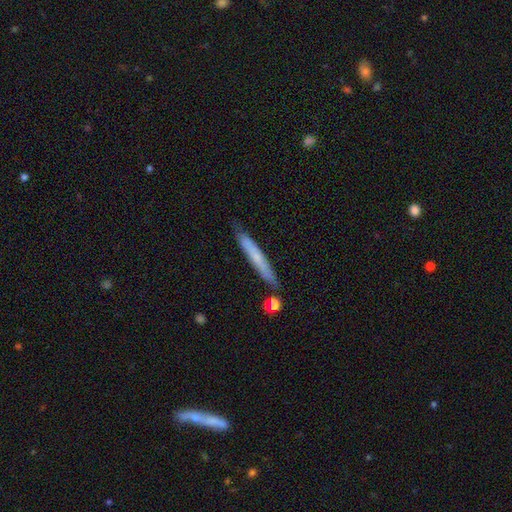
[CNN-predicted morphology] This appears to be a smooth galaxy with no disk features (57%) that is cigar-shaped (96%). Merging: none (81%).